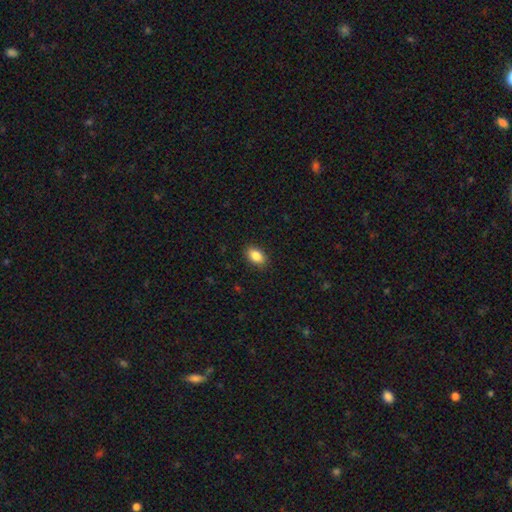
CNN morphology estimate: This appears to be a smooth galaxy with no disk features (86%) that is in between round and cigar-shaped (87%). Merging: none (89%).